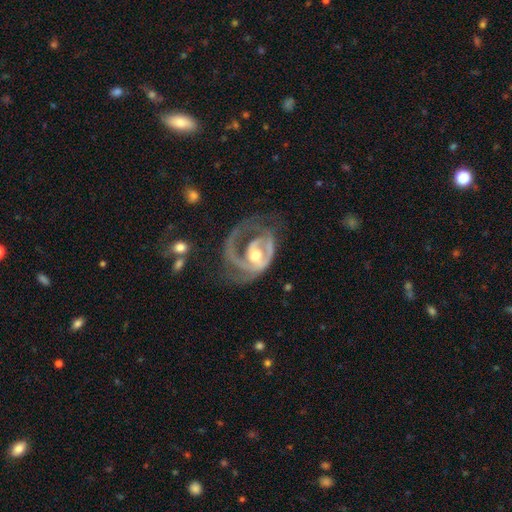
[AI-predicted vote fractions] featured or disk 85%, smooth 10%, star or artifact 5%. Down the decision tree: edge-on disk — no (97%); bar — no (53%); spiral arms — yes (88%); spiral arm count — 1 (49%); spiral winding — medium (42%); bulge size — moderate (71%); merging — major disturbance (47%).